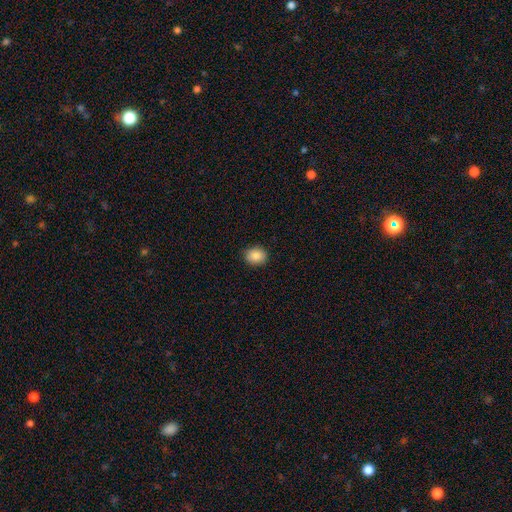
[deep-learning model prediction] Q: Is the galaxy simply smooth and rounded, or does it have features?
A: smooth — 88%.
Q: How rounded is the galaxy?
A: round — 60%.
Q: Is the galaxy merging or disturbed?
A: none — 89%.